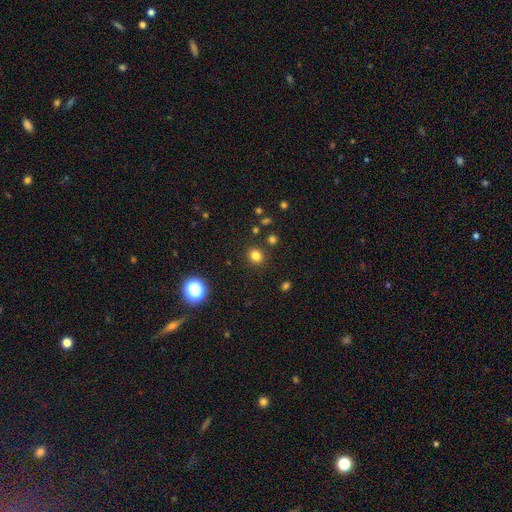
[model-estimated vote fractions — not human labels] Overall: smooth (80%). How rounded: round (82%). Merging: none (88%).